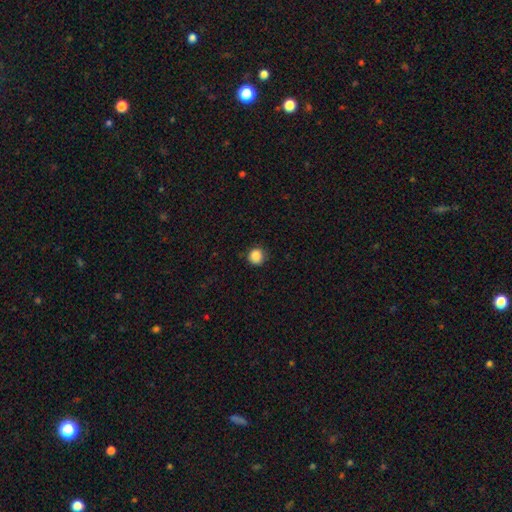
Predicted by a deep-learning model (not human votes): Overall: smooth (87%). How rounded: round (91%). Merging: none (84%).